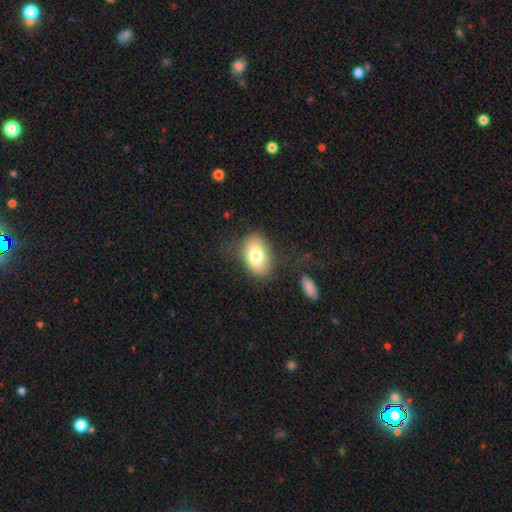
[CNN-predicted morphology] Q: Smooth or featured?
A: smooth (76%); runner-up: featured or disk (17%)
Q: How rounded?
A: in between (88%); runner-up: round (11%)
Q: Merging?
A: none (70%); runner-up: minor disturbance (18%)